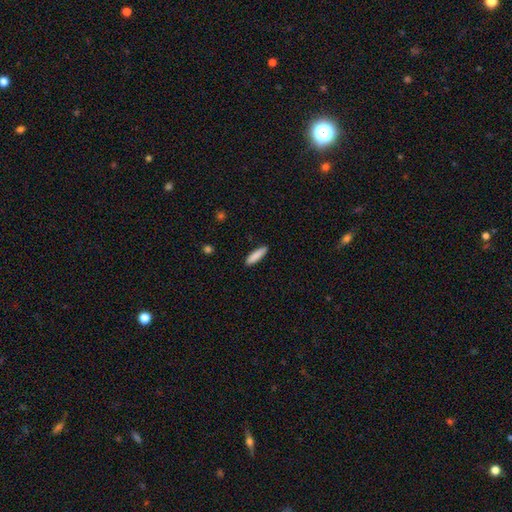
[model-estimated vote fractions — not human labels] A smooth galaxy with no disk features (87%) that is cigar-shaped (75%). Merging: none (90%).